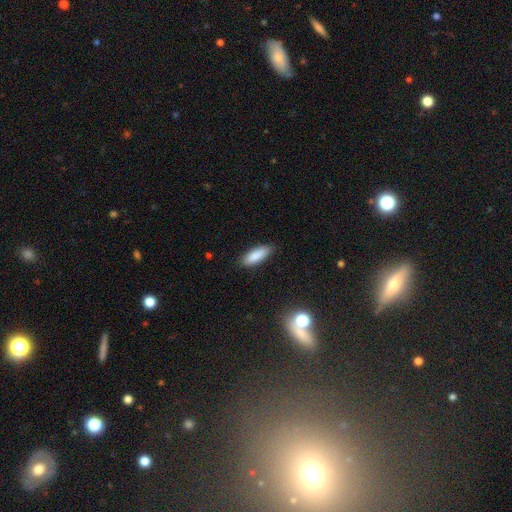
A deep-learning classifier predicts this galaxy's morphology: Smooth or featured? Predicted: smooth (p=0.87). How rounded? Predicted: in between (p=0.62). Merging? Predicted: none (p=0.85).